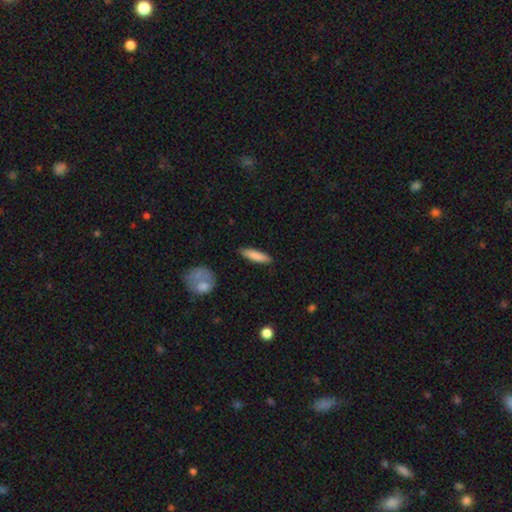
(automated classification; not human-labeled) Smooth or featured? smooth (82%)
How rounded? cigar-shaped (73%)
Merging? none (86%)